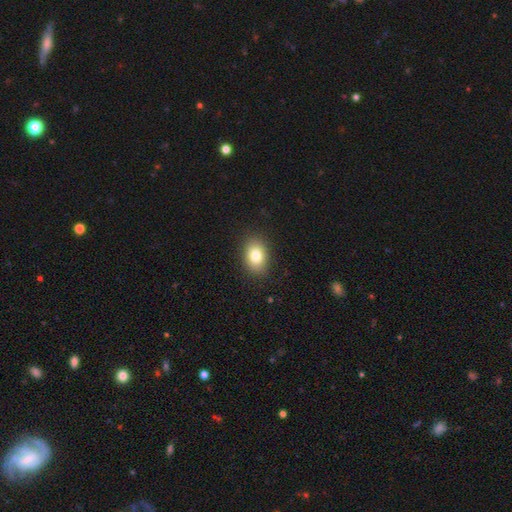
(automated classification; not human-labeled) The model was most divided on "how rounded": in between: 76%, round: 23%, cigar-shaped: 1%. More confident: merging — none (87%); smooth or featured — smooth (81%).